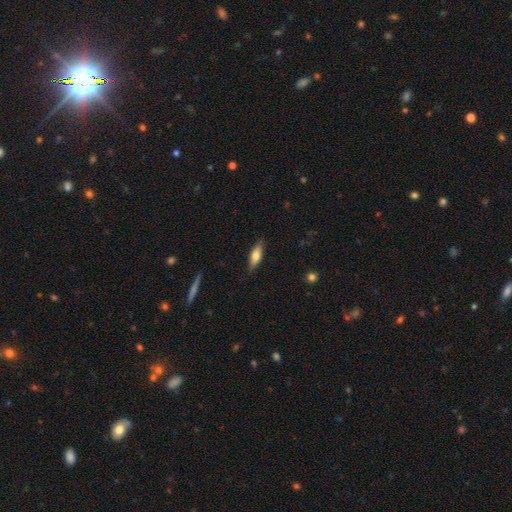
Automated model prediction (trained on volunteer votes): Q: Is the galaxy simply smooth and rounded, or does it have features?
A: smooth — 69%.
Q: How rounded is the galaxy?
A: in between — 55%.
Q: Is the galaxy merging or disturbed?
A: none — 85%.